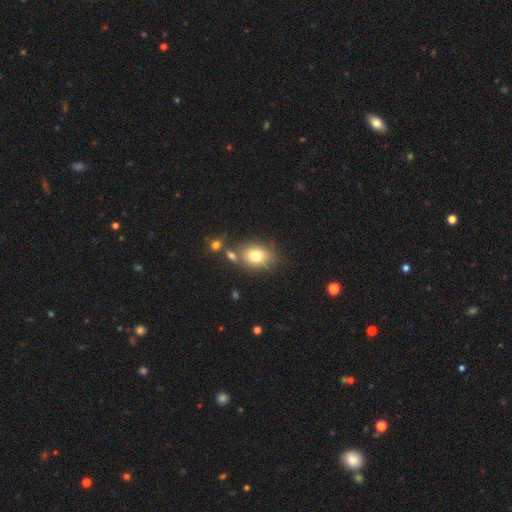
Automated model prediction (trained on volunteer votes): smooth 78%, featured or disk 12%, star or artifact 10%. Down the decision tree: how rounded — in between (59%); merging — none (66%).